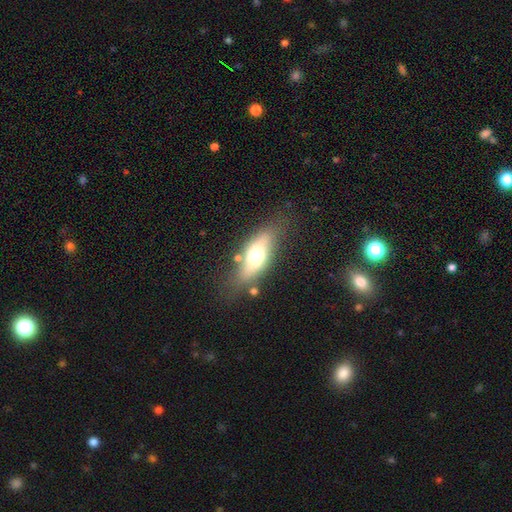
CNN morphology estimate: Overall: smooth (55%; featured or disk 37%). How rounded: in between (67%; cigar-shaped 28%). Merging: none (74%).